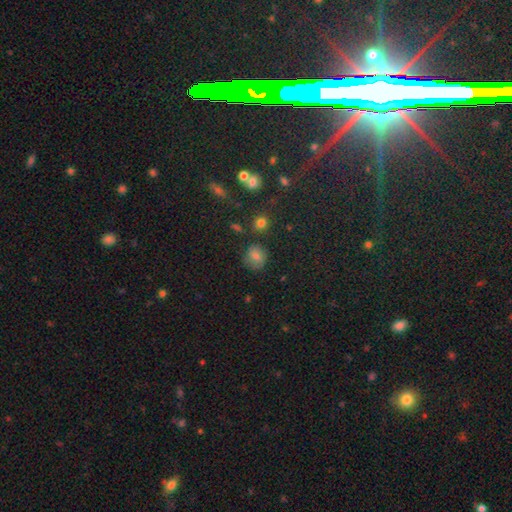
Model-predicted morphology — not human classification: A smooth galaxy with no disk features (69%) that is round (78%). Merging: none (75%).